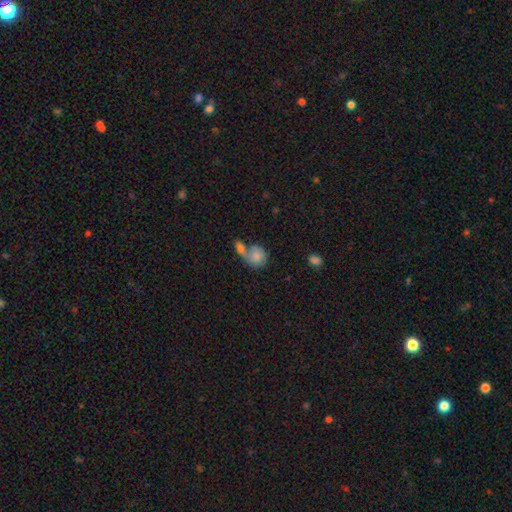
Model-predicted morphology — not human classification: Smooth or featured? smooth (77%)
How rounded? round (67%)
Merging? merger (54%)